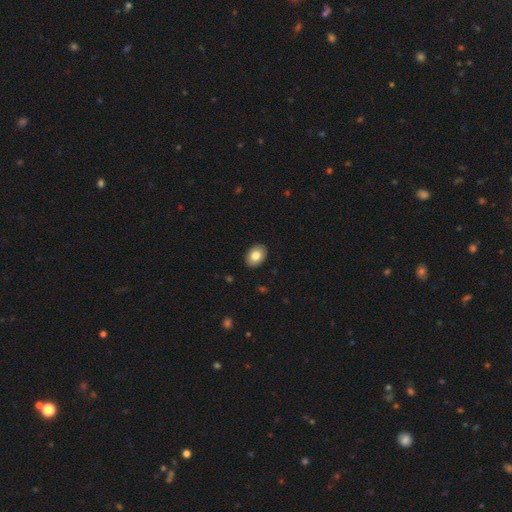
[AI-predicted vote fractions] smooth-or-featured: smooth: 81% | featured or disk: 11% | star or artifact: 7%
  how-rounded: in between: 76% | round: 23% | cigar-shaped: 1%
  merging: none: 90% | minor disturbance: 7% | major disturbance: 2% | merger: 1%